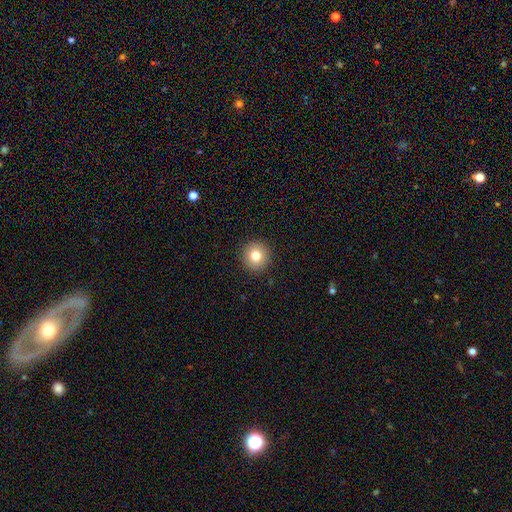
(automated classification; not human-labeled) smooth-or-featured: smooth: 79% | star or artifact: 11% | featured or disk: 9%
  how-rounded: round: 95% | in between: 4% | cigar-shaped: 1%
  merging: none: 92% | minor disturbance: 5% | major disturbance: 2% | merger: 1%